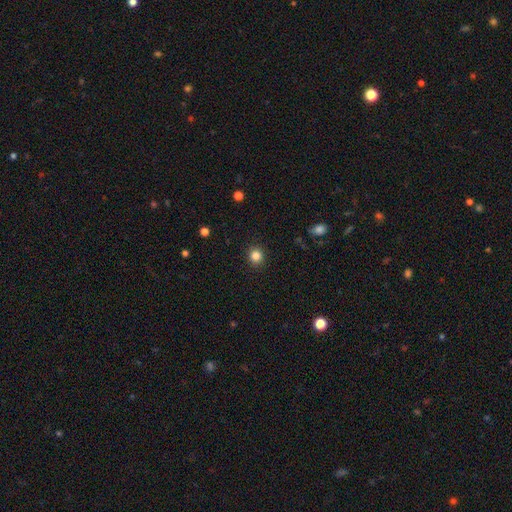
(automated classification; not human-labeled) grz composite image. It shows a smooth galaxy with no disk features (84%) that is round (87%). Merging: none (91%).